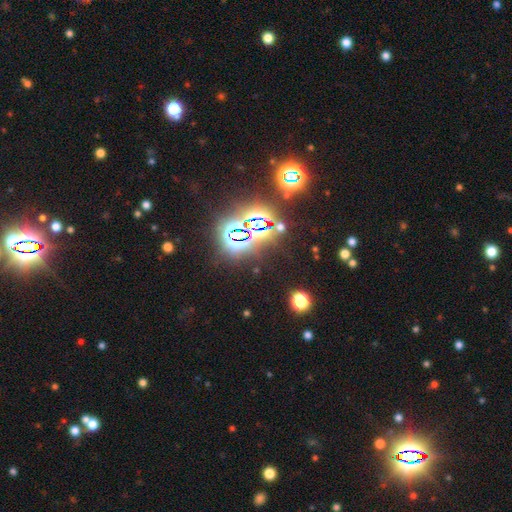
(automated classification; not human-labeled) This appears to be a star or artifact, not a galaxy (75%).